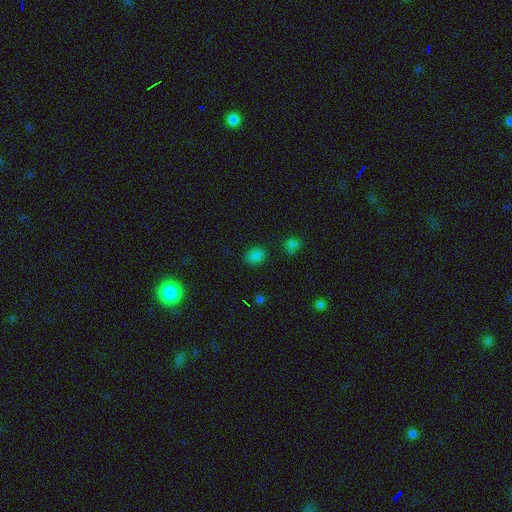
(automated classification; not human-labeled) Smooth or featured? Predicted: smooth (p=0.78). How rounded? Predicted: in between (p=0.67). Merging? Predicted: none (p=0.80).